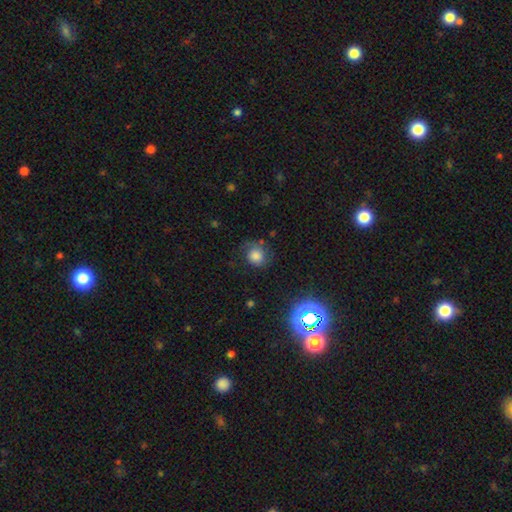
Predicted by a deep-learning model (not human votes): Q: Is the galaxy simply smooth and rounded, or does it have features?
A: smooth — 72%.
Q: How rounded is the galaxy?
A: round — 81%.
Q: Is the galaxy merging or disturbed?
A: none — 64%.